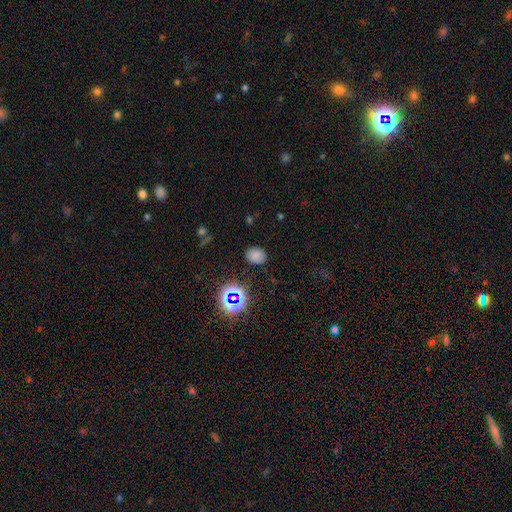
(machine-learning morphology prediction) Smooth or featured? Predicted: smooth (p=0.73). How rounded? Predicted: in between (p=0.58). Merging? Predicted: none (p=0.83).